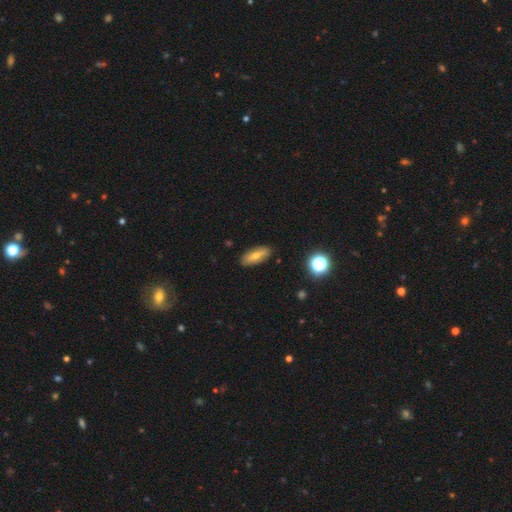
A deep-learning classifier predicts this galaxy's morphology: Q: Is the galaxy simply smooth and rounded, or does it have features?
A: smooth — 66%.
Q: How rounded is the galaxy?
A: in between — 72%.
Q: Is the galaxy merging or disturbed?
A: none — 88%.